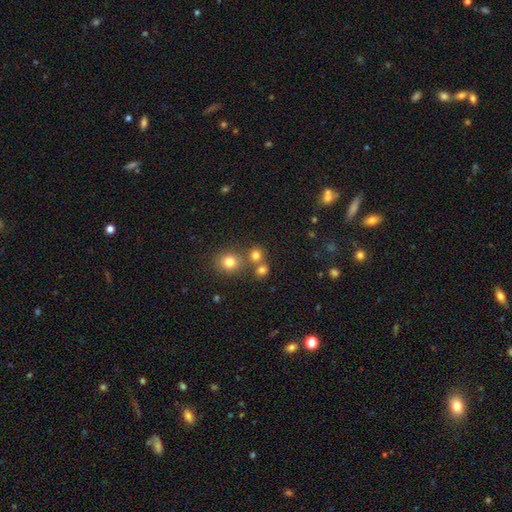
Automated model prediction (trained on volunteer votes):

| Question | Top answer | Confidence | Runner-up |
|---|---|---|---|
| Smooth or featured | smooth | 76% | star or artifact (16%) |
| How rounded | round | 83% | in between (16%) |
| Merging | none | 62% | merger (27%) |